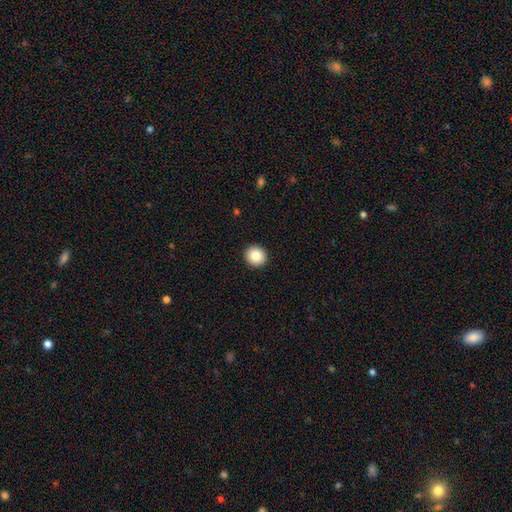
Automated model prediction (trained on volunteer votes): Morphology: type=smooth (84%); roundness=round (94%); merging=none (94%).